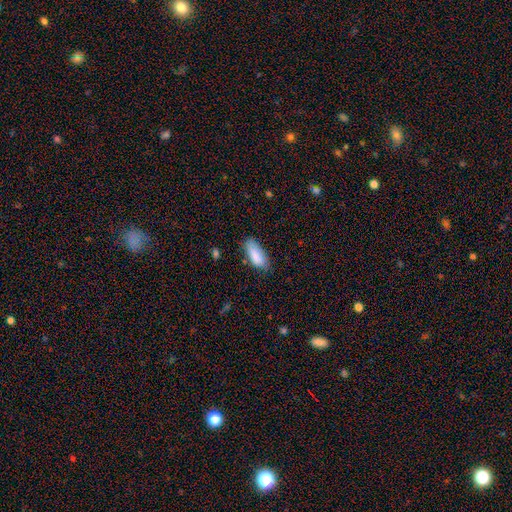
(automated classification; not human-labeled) Morphology: type=smooth (86%); roundness=in between (81%); merging=none (67%).